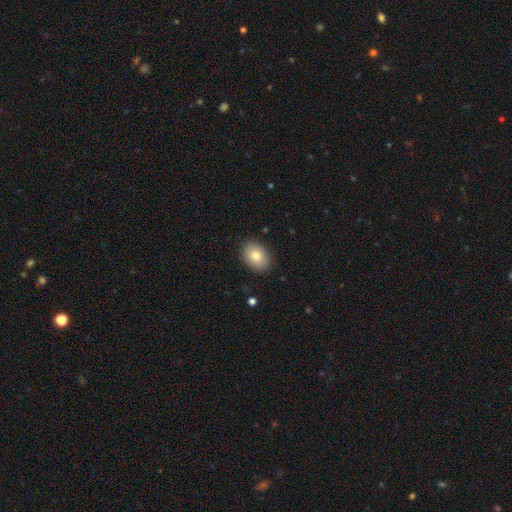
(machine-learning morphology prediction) Smooth or featured: smooth — 81% (featured or disk — 11%)
How rounded: in between — 73% (round — 26%)
Merging: none — 88% (minor disturbance — 9%)